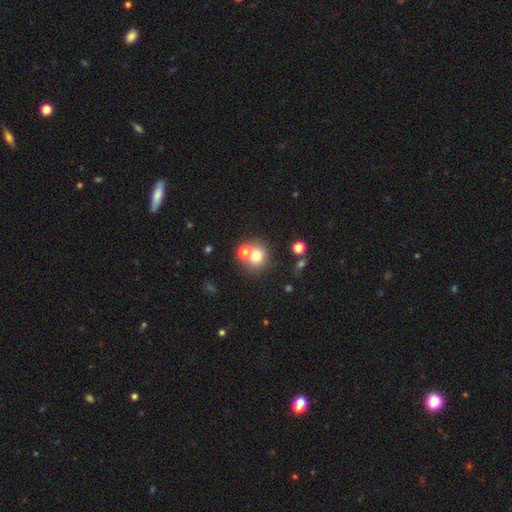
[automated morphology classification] smooth-or-featured: smooth: 71% | featured or disk: 15% | star or artifact: 14%
  how-rounded: round: 85% | in between: 14% | cigar-shaped: 1%
  merging: none: 52% | merger: 36% | minor disturbance: 8% | major disturbance: 4%